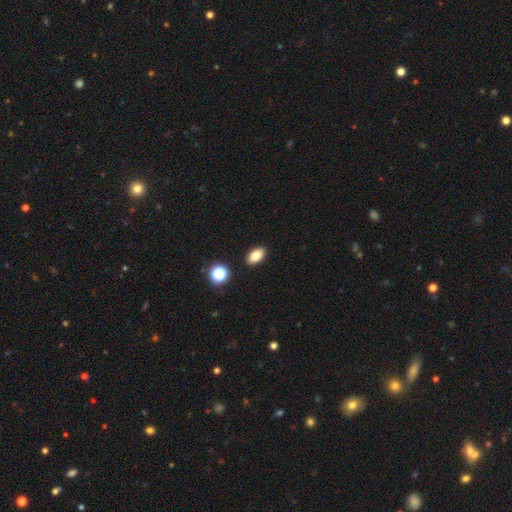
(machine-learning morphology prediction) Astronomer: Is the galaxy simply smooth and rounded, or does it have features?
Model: smooth — 80%.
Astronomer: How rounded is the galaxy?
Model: in between — 88%.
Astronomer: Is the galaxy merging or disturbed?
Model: none — 89%.